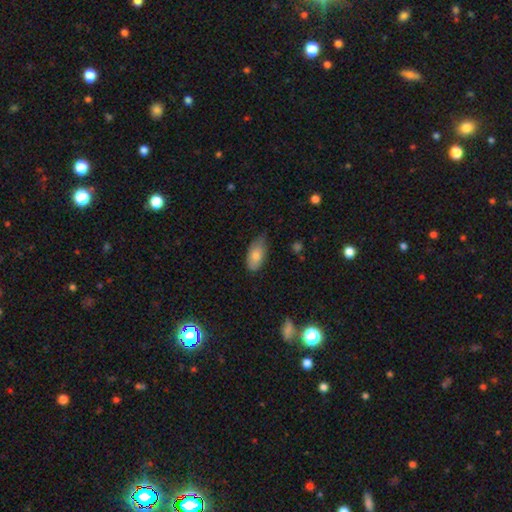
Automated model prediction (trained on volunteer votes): This appears to be a smooth galaxy with no disk features (76%) that is in between round and cigar-shaped (92%). Merging: none (63%).